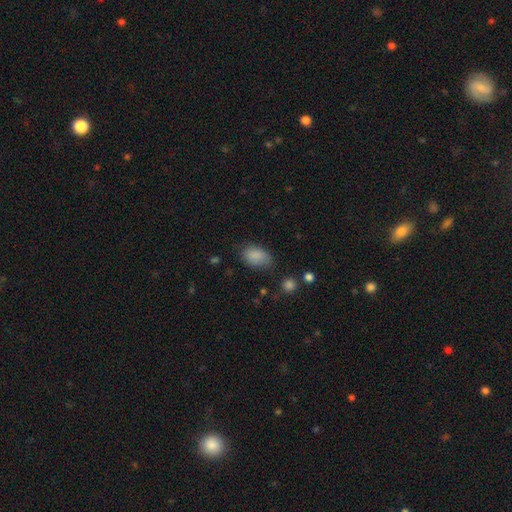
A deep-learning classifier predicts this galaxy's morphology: The model was most divided on "merging": none: 67%, minor disturbance: 24%, major disturbance: 7%, merger: 2%. More confident: how rounded — in between (88%); smooth or featured — smooth (85%).